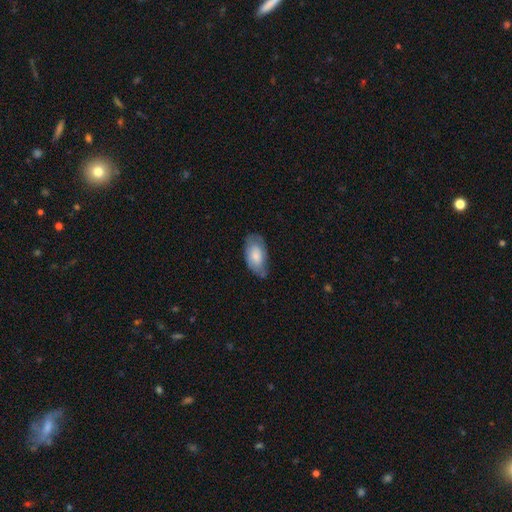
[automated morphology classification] Smooth or featured?
  - smooth: 74% *
  - featured or disk: 20%
  - star or artifact: 6%
How rounded?
  - in between: 94% *
  - round: 4%
  - cigar-shaped: 2%
Merging?
  - none: 59% *
  - minor disturbance: 32%
  - major disturbance: 7%
  - merger: 2%